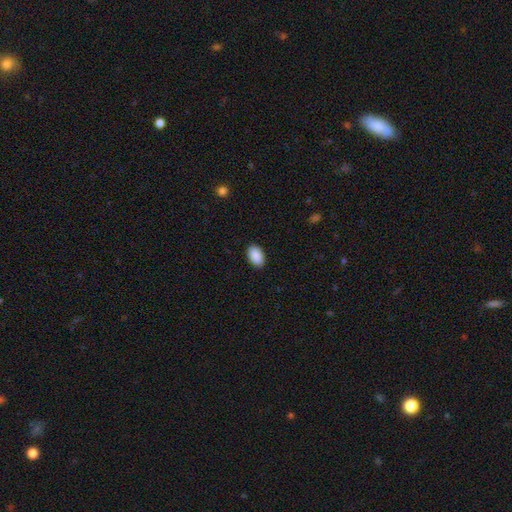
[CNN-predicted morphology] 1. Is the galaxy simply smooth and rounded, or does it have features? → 91% smooth, 6% star or artifact, 3% featured or disk.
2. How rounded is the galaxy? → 93% in between, 6% round, 1% cigar-shaped.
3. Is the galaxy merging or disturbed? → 90% none, 7% minor disturbance, 2% major disturbance, 1% merger.